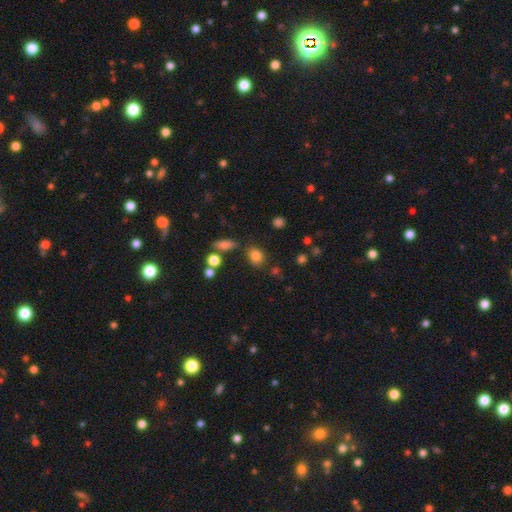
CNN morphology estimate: A smooth galaxy with no disk features (81%) that is round (54%). Merging: none (74%).